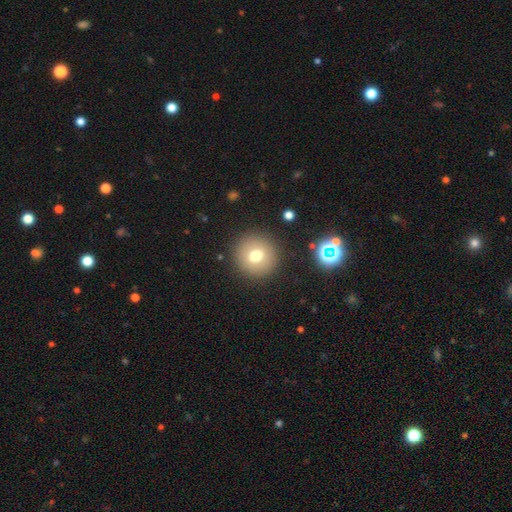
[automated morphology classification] smooth-or-featured: smooth: 72% | featured or disk: 15% | star or artifact: 13%
  how-rounded: round: 95% | in between: 4% | cigar-shaped: 1%
  merging: none: 90% | minor disturbance: 6% | major disturbance: 3% | merger: 2%